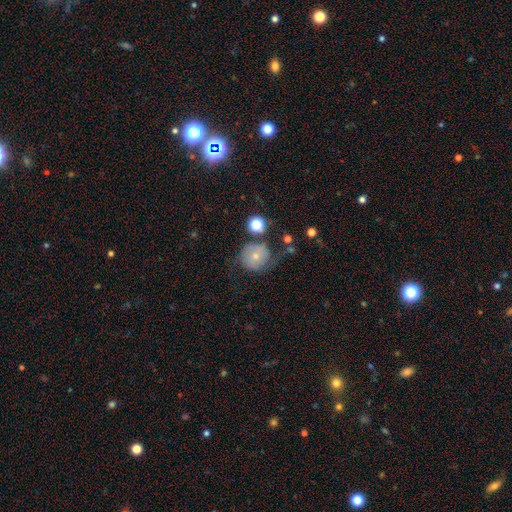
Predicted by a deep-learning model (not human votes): Smooth or featured? Predicted: smooth (p=0.62). How rounded? Predicted: round (p=0.87). Merging? Predicted: none (p=0.51).